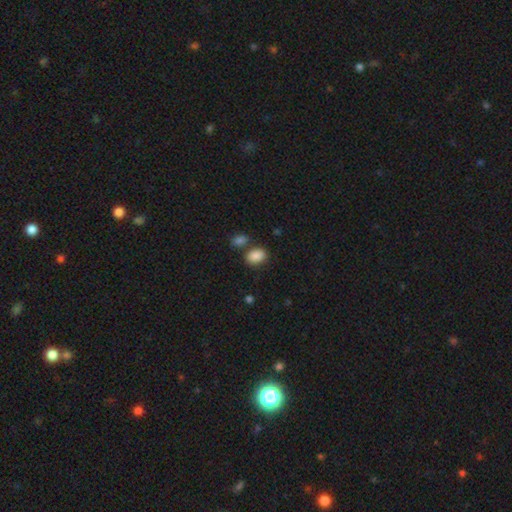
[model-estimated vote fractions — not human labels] Smooth or featured? Predicted: smooth (p=0.86). How rounded? Predicted: in between (p=0.75). Merging? Predicted: none (p=0.68).